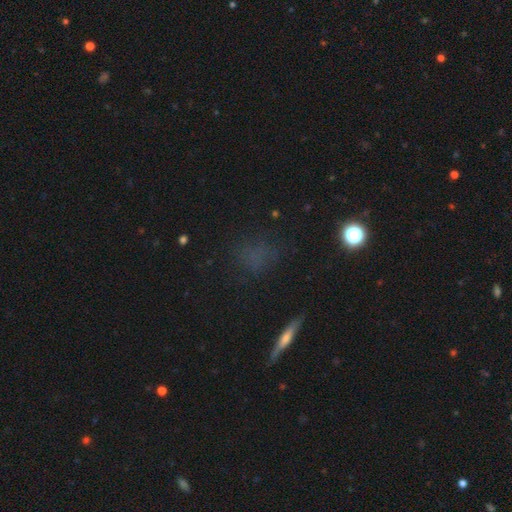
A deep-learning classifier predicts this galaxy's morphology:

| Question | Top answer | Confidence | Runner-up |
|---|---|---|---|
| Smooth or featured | smooth | 53% | star or artifact (29%) |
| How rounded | round | 59% | in between (30%) |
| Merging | none | 75% | minor disturbance (15%) |